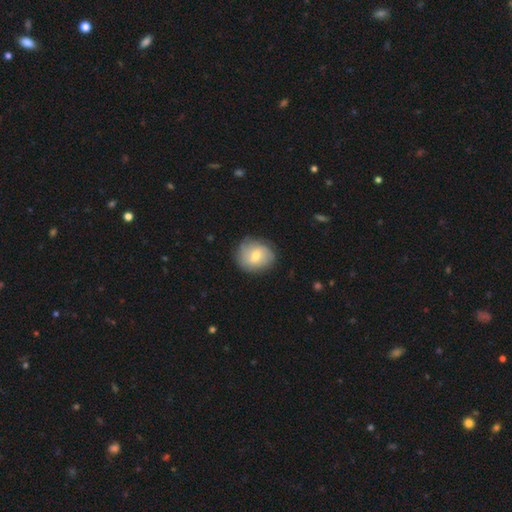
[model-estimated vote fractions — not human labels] smooth-or-featured: smooth: 52% | featured or disk: 40% | star or artifact: 8%
  how-rounded: round: 74% | in between: 25% | cigar-shaped: 1%
  merging: none: 79% | minor disturbance: 15% | major disturbance: 5% | merger: 1%